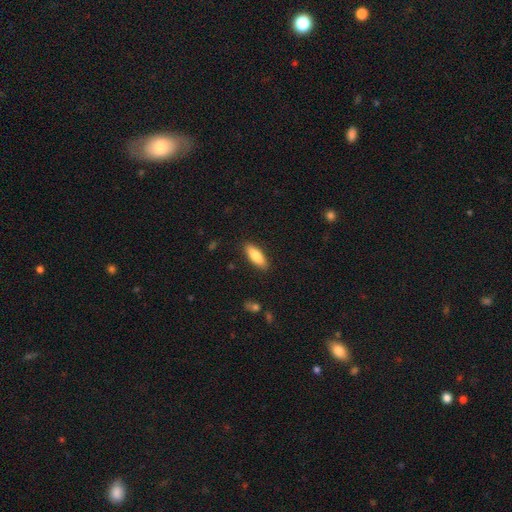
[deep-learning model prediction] Overall: smooth (81%). How rounded: in between (62%; cigar-shaped 36%). Merging: none (88%).